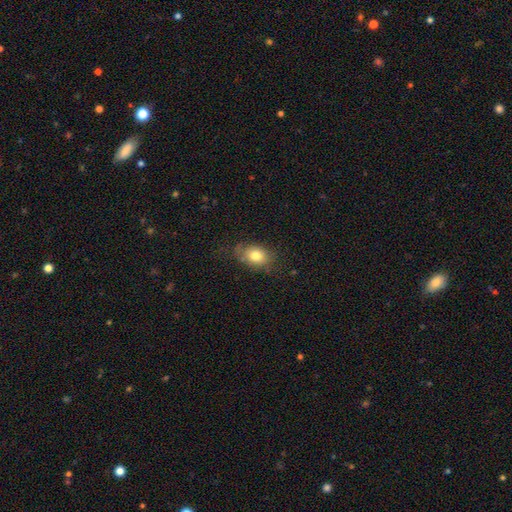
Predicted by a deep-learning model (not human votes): smooth-or-featured: smooth: 79% | featured or disk: 12% | star or artifact: 9%
  how-rounded: in between: 75% | round: 23% | cigar-shaped: 2%
  merging: none: 67% | minor disturbance: 24% | major disturbance: 8% | merger: 1%